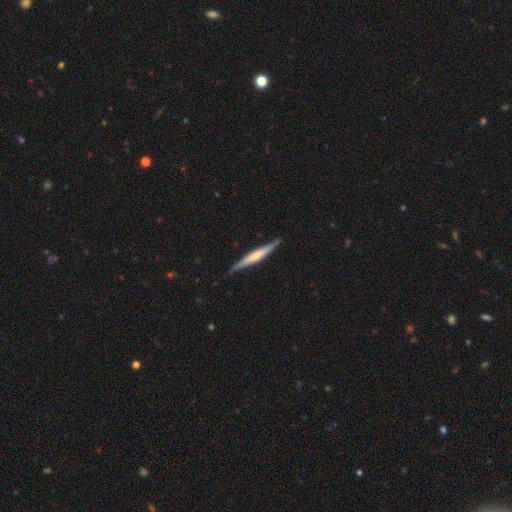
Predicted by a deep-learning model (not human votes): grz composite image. It shows a featured or disk galaxy (54%) viewed edge-on (96%) with a rounded central bulge (44%). Merging: none (85%).